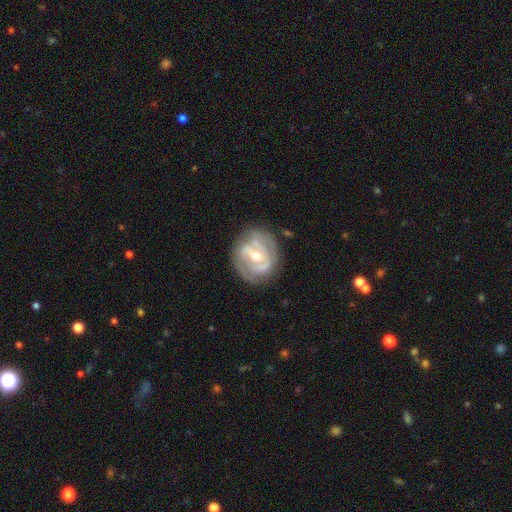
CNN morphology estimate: Smooth or featured? featured or disk (79%)
Edge-on disk? no (97%)
Bar? weak (44%)
Spiral arms? yes (79%)
Spiral winding? tight (58%)
Spiral arm count? 2 (49%)
Bulge size? moderate (58%)
Merging? none (73%)